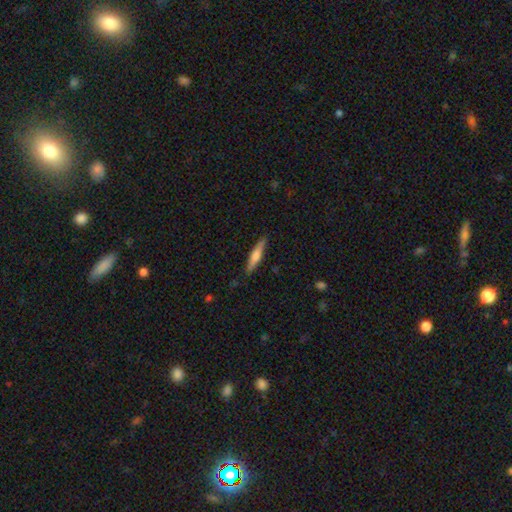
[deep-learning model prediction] Morphology: type=smooth (54%); roundness=cigar-shaped (88%); merging=none (88%).